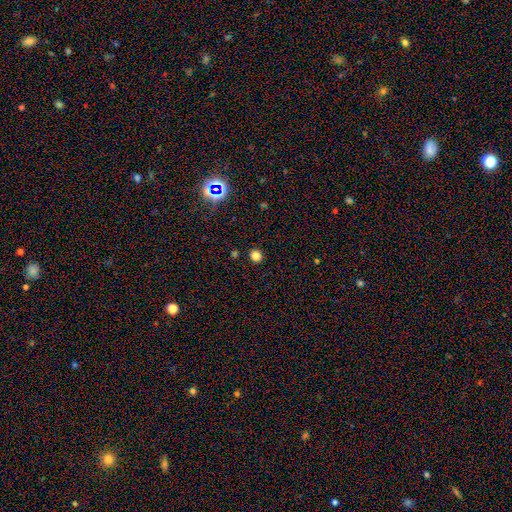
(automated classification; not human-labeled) Smooth or featured?
  - smooth: 80% *
  - star or artifact: 15%
  - featured or disk: 5%
How rounded?
  - round: 86% *
  - in between: 13%
  - cigar-shaped: 1%
Merging?
  - none: 91% *
  - minor disturbance: 5%
  - major disturbance: 2%
  - merger: 1%